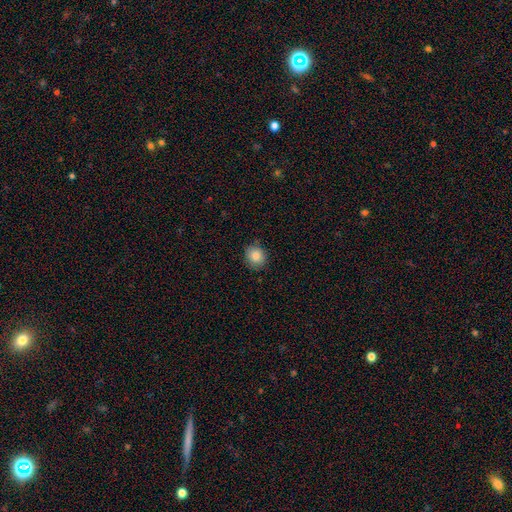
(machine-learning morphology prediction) smooth_or_featured: smooth (p=0.84) [alt: star or artifact p=0.09]
how_rounded: round (p=0.82) [alt: in between p=0.17]
merging: none (p=0.84) [alt: minor disturbance p=0.12]